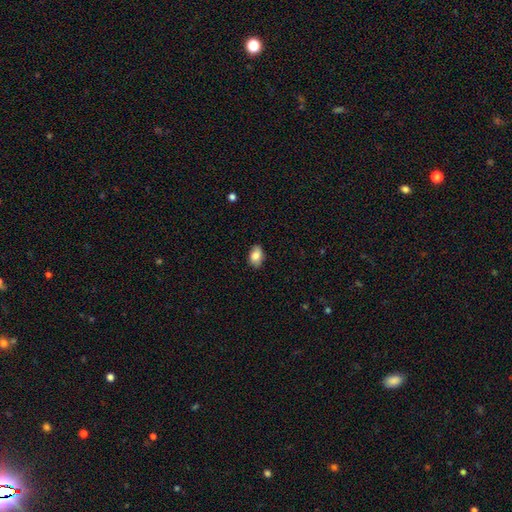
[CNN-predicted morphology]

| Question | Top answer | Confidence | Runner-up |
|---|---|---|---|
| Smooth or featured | smooth | 84% | featured or disk (9%) |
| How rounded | in between | 88% | round (11%) |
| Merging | none | 84% | minor disturbance (13%) |